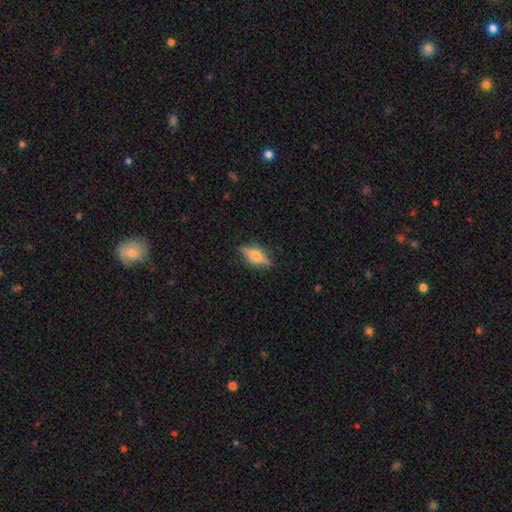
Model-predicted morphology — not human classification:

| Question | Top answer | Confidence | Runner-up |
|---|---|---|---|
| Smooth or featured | featured or disk | 57% | smooth (35%) |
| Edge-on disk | yes | 93% | no (7%) |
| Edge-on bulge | rounded | 88% | boxy (9%) |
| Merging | none | 83% | minor disturbance (12%) |